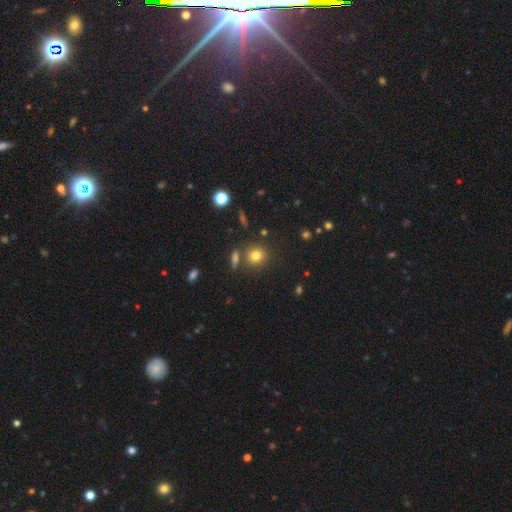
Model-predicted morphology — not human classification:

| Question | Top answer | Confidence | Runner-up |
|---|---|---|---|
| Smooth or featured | smooth | 77% | star or artifact (14%) |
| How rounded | round | 83% | in between (15%) |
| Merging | none | 77% | merger (10%) |